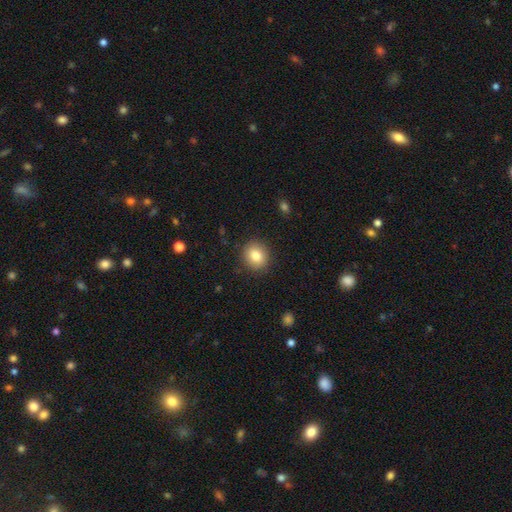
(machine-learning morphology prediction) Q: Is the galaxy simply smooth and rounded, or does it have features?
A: smooth — 82%.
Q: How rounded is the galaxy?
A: round — 77%.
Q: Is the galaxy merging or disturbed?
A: none — 89%.